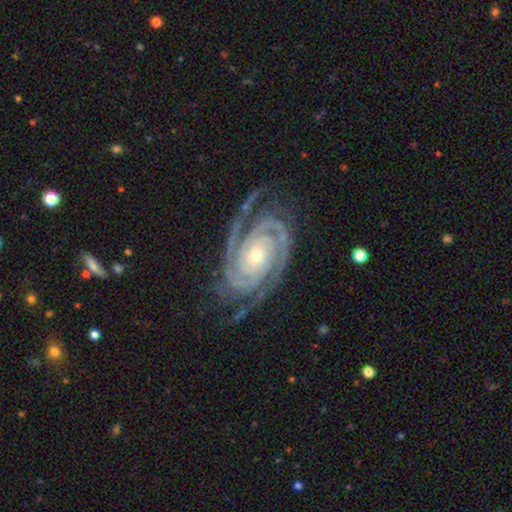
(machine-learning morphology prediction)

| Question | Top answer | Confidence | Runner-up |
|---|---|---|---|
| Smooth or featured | featured or disk | 94% | star or artifact (4%) |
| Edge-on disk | no | 97% | yes (3%) |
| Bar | no | 71% | weak (17%) |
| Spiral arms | yes | 99% | no (1%) |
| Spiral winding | tight | 80% | medium (18%) |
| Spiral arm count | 2 | 60% | 3 (20%) |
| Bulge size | small | 66% | moderate (30%) |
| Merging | none | 77% | minor disturbance (16%) |